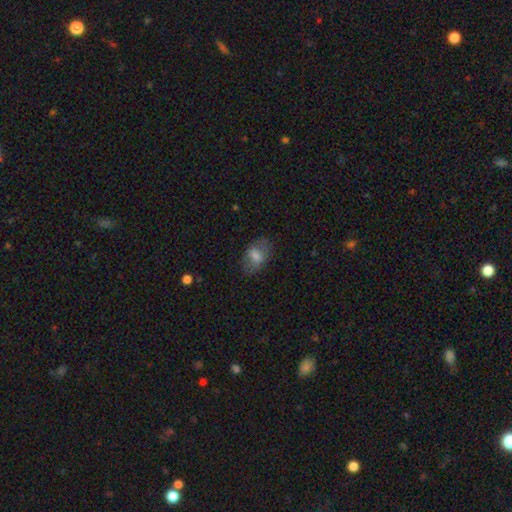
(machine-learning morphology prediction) type=smooth (65%); roundness=in between (87%); merging=none (70%).